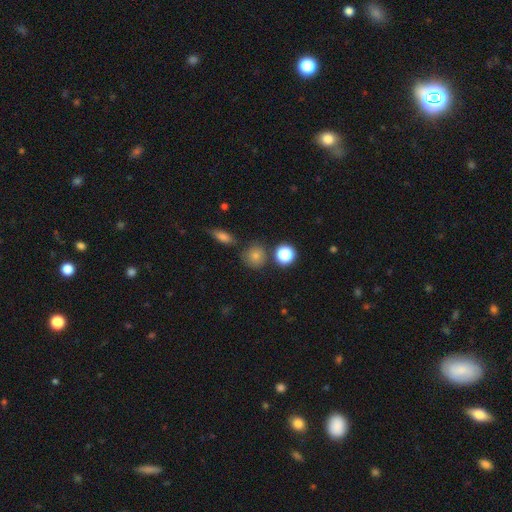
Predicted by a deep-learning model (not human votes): smooth-or-featured: smooth: 75% | star or artifact: 17% | featured or disk: 8%
  how-rounded: round: 89% | in between: 10% | cigar-shaped: 1%
  merging: none: 75% | minor disturbance: 11% | merger: 10% | major disturbance: 4%